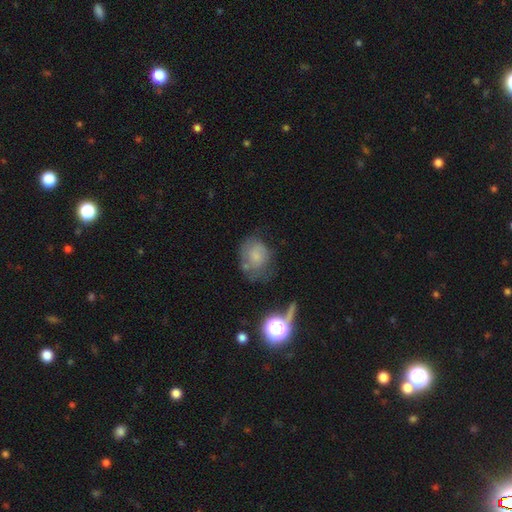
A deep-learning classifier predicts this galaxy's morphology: type=smooth (58%); roundness=round (56%); merging=none (44%).